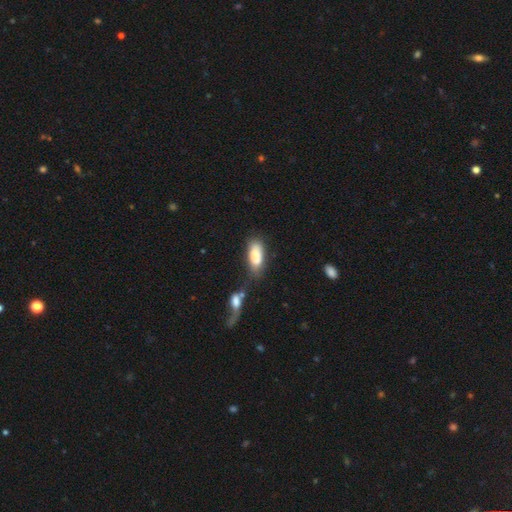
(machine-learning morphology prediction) smooth 81%, featured or disk 13%, star or artifact 7%. Down the decision tree: how rounded — in between (85%); merging — none (41%).